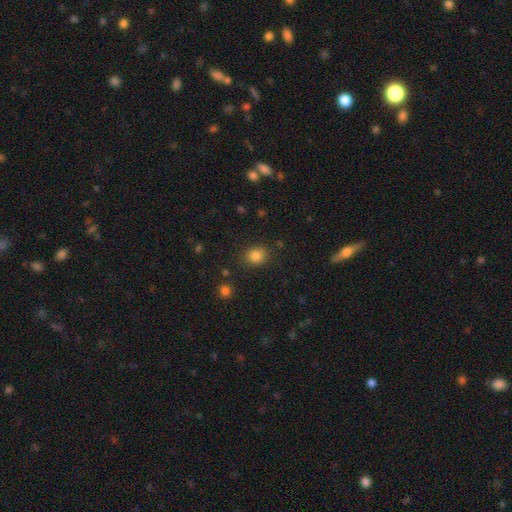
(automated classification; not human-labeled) The model was most divided on "how rounded": round: 66%, in between: 33%, cigar-shaped: 1%. More confident: merging — none (85%); smooth or featured — smooth (83%).